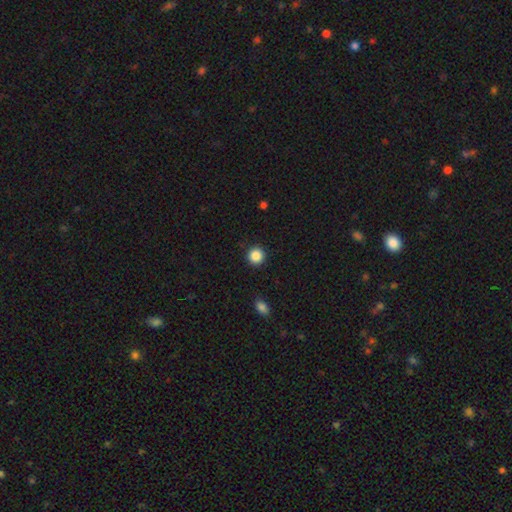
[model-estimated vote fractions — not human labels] smooth_or_featured: smooth (p=0.86) [alt: star or artifact p=0.10]
how_rounded: round (p=0.95) [alt: in between p=0.04]
merging: none (p=0.92) [alt: minor disturbance p=0.05]